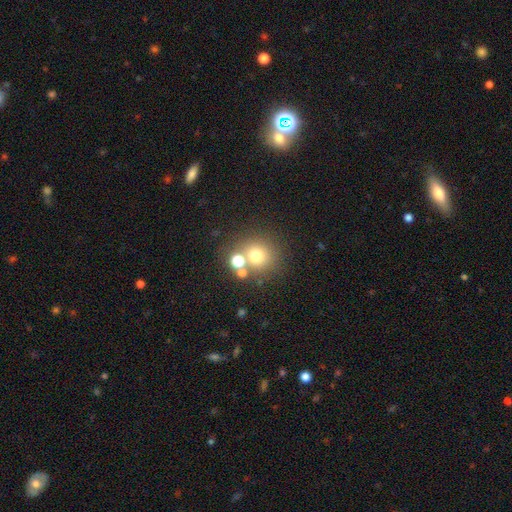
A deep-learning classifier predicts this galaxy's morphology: This appears to be a smooth galaxy with no disk features (69%) that is round (90%). Merging: none (65%).